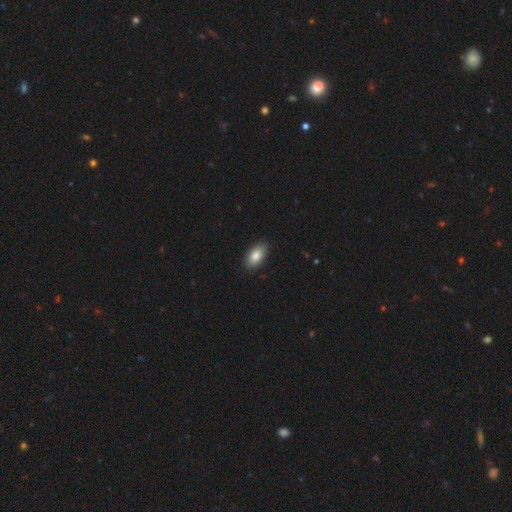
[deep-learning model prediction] Q: Smooth or featured?
A: smooth (85%); runner-up: featured or disk (8%)
Q: How rounded?
A: in between (93%); runner-up: round (4%)
Q: Merging?
A: none (85%); runner-up: minor disturbance (12%)